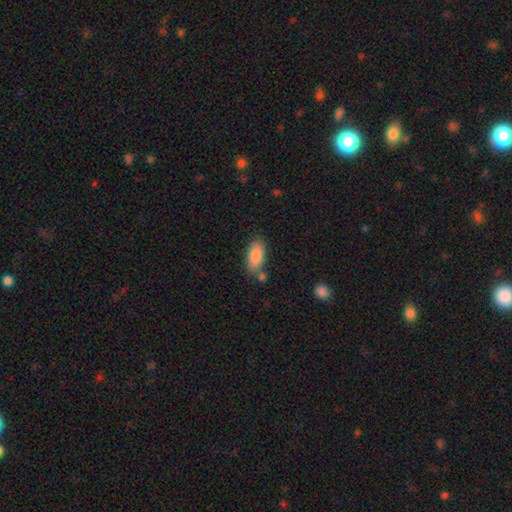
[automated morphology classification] Smooth or featured? smooth (88%)
How rounded? in between (90%)
Merging? none (71%)